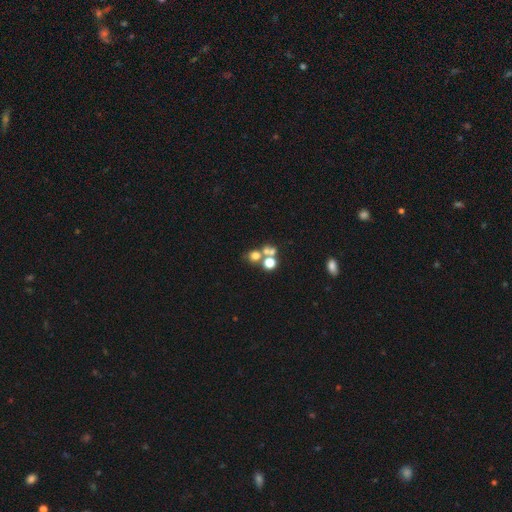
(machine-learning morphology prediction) Overall: smooth (62%). How rounded: round (83%). Merging: none (48%; merger 39%).